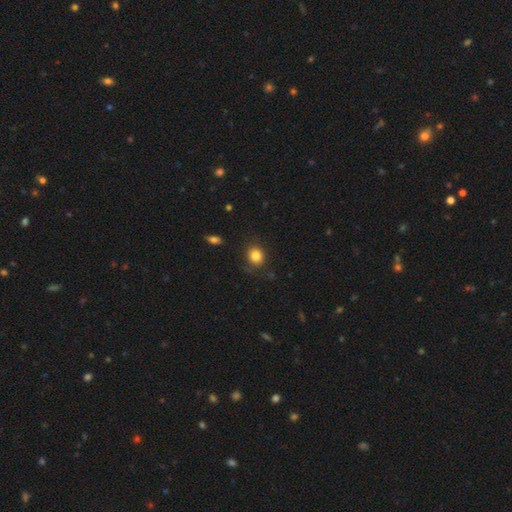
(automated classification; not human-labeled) smooth_or_featured: smooth (p=0.84) [alt: star or artifact p=0.10]
how_rounded: round (p=0.75) [alt: in between p=0.24]
merging: none (p=0.79) [alt: minor disturbance p=0.15]